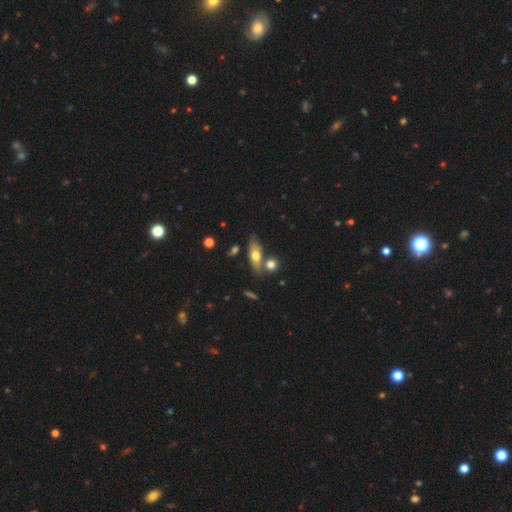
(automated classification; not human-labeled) A smooth galaxy with no disk features (58%) that is in between round and cigar-shaped (58%). Merging: none (66%).